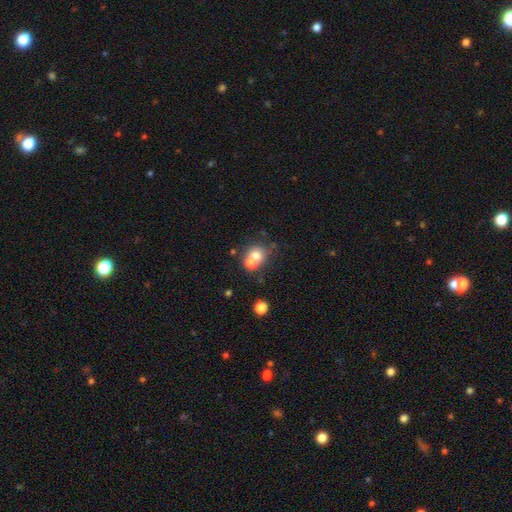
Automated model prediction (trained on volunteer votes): Q: Smooth or featured?
A: smooth (69%); runner-up: featured or disk (19%)
Q: How rounded?
A: round (78%); runner-up: in between (21%)
Q: Merging?
A: merger (49%); runner-up: none (40%)